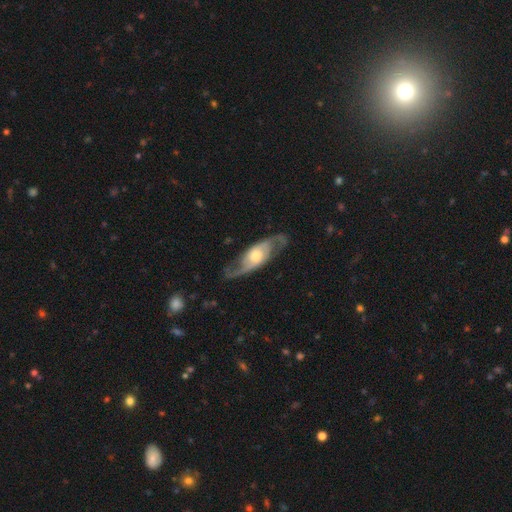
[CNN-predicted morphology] A featured or disk galaxy (84%) with no bar (63%), 2 (90%) medium (46%) spiral arms (93%) and a moderate central bulge (58%).

Vote fractions:
- Smooth or featured? featured or disk: 84% / smooth: 12% / star or artifact: 5%
- Edge-on disk? no: 87% / yes: 13%
- Bar? no: 63% / weak: 28% / strong: 8%
- Spiral arms? yes: 93% / no: 7%
- Spiral winding? medium: 46% / loose: 38% / tight: 17%
- Spiral arm count? 2: 90% / can't tell: 5% / 1: 2% / 3: 1% / 4: 1% / more than 4: 1%
- Bulge size? moderate: 58% / small: 23% / large: 15% / none: 2% / dominant: 2%
- Merging? none: 77% / minor disturbance: 14% / major disturbance: 8% / merger: 1%